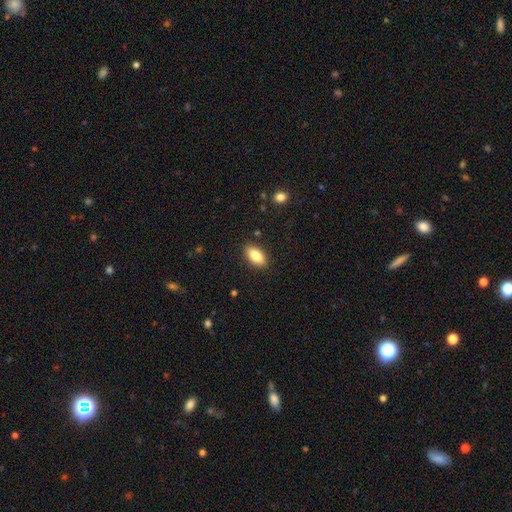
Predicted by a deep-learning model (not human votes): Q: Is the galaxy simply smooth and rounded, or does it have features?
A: smooth — 85%.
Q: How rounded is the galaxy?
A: in between — 90%.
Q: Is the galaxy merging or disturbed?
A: none — 88%.